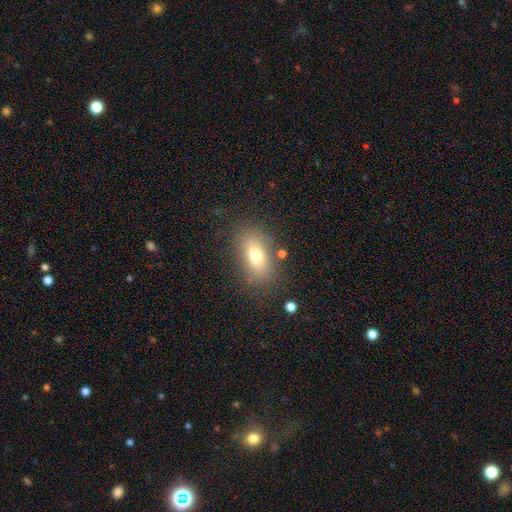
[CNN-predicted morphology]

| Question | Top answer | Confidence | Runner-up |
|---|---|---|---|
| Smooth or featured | smooth | 71% | featured or disk (17%) |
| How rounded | in between | 84% | round (10%) |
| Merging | none | 80% | minor disturbance (12%) |